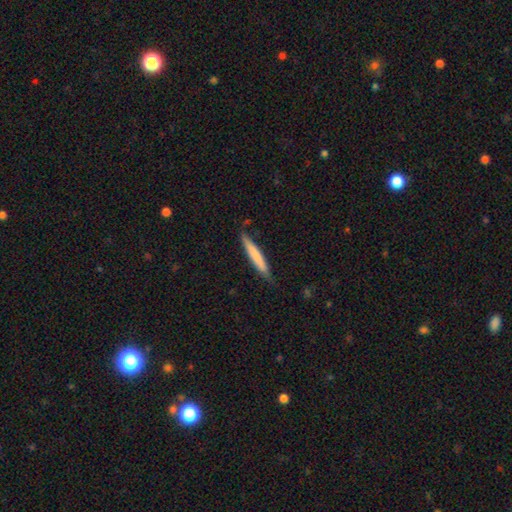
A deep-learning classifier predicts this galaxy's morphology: type=smooth (71%); roundness=cigar-shaped (94%); merging=none (82%).